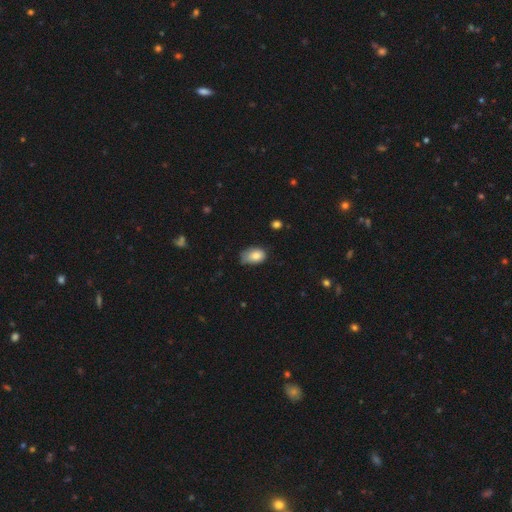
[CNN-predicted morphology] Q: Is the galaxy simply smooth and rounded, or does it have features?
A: smooth — 81%.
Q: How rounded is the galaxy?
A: in between — 85%.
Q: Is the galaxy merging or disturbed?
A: none — 48%.